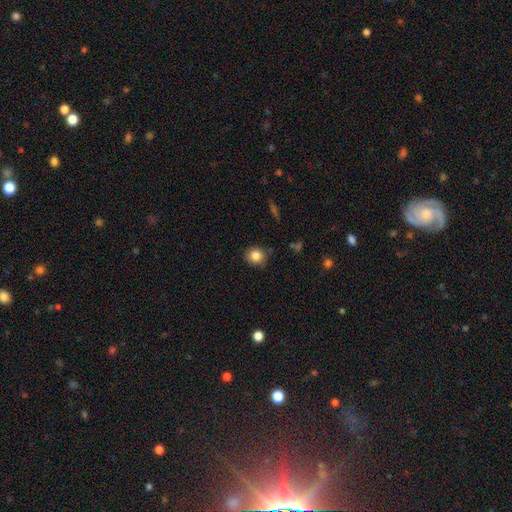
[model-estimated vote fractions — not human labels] Q: Smooth or featured?
A: smooth (83%); runner-up: star or artifact (10%)
Q: How rounded?
A: round (84%); runner-up: in between (15%)
Q: Merging?
A: none (85%); runner-up: minor disturbance (11%)